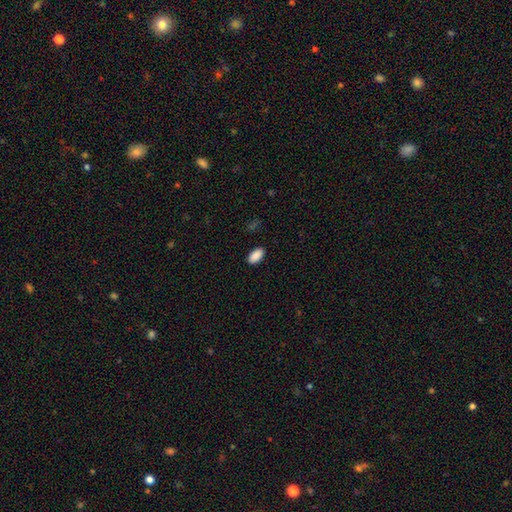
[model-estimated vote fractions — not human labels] Smooth or featured? smooth (90%)
How rounded? in between (94%)
Merging? none (89%)